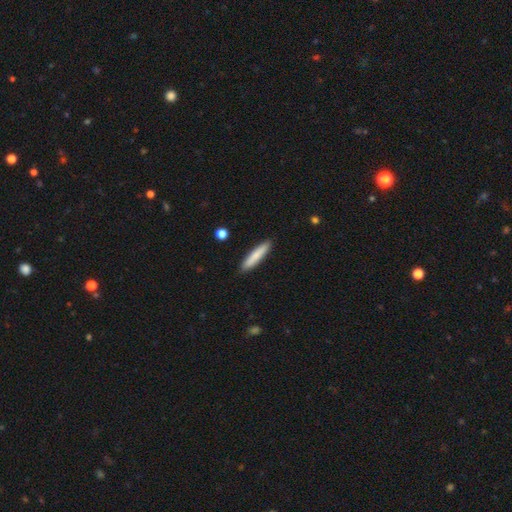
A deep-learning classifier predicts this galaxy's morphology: A smooth galaxy with no disk features (80%) that is cigar-shaped (88%).

Vote fractions:
- Smooth or featured? smooth: 80% / featured or disk: 15% / star or artifact: 6%
- How rounded? cigar-shaped: 88% / in between: 10% / round: 1%
- Merging? none: 90% / minor disturbance: 7% / major disturbance: 1% / merger: 1%